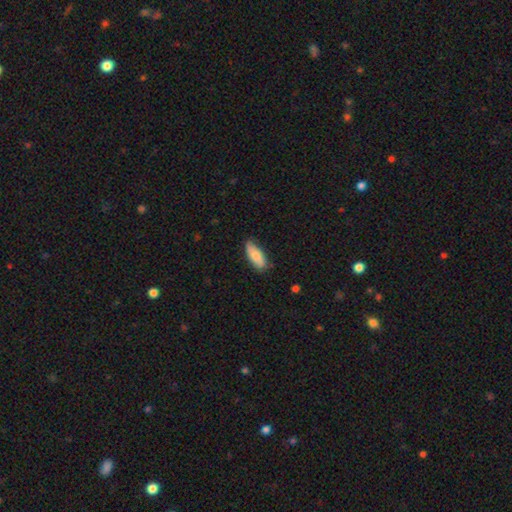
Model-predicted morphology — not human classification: A smooth galaxy with no disk features (78%) that is in between round and cigar-shaped (79%). Merging: none (78%).